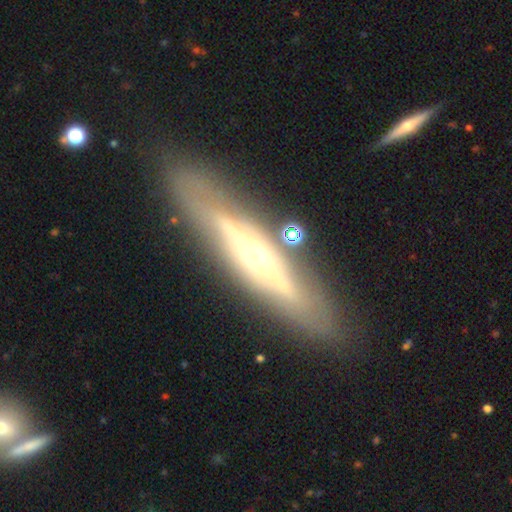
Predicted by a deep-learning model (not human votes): A featured or disk galaxy (72%) viewed edge-on (59%).

Vote fractions:
- Smooth or featured? featured or disk: 72% / smooth: 22% / star or artifact: 6%
- Edge-on disk? yes: 59% / no: 41%
- Merging? none: 79% / minor disturbance: 12% / major disturbance: 5% / merger: 4%